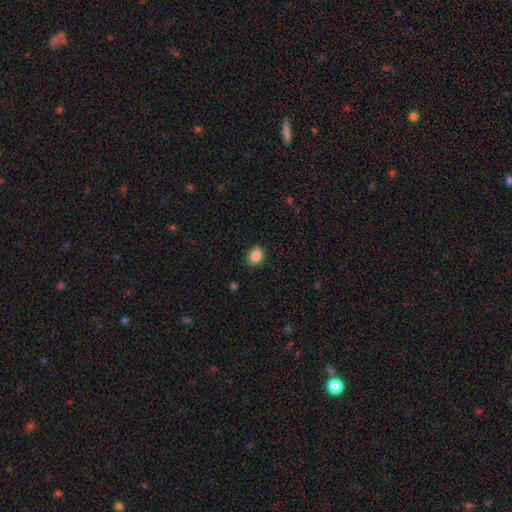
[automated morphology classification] Smooth or featured: smooth — 87% (star or artifact — 9%)
How rounded: round — 58% (in between — 41%)
Merging: none — 86% (minor disturbance — 10%)